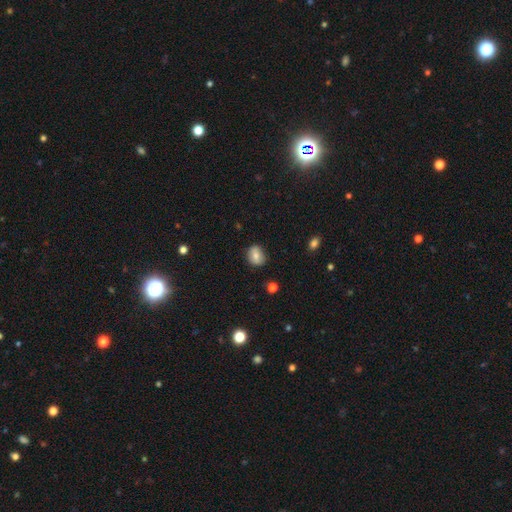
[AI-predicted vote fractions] Smooth or featured?
  - smooth: 72% *
  - featured or disk: 18%
  - star or artifact: 10%
How rounded?
  - round: 54% *
  - in between: 45%
  - cigar-shaped: 1%
Merging?
  - none: 78% *
  - minor disturbance: 17%
  - major disturbance: 3%
  - merger: 2%